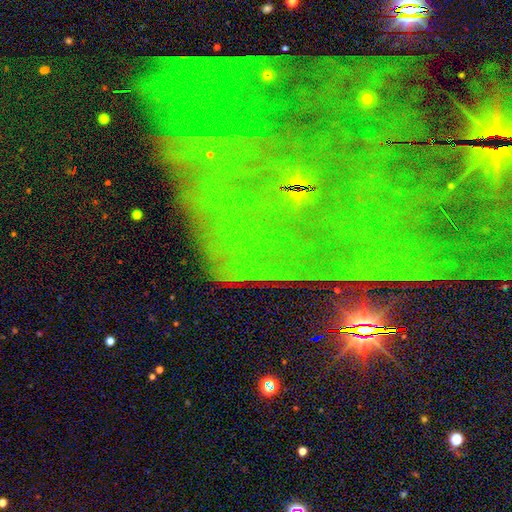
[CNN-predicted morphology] Q: Smooth or featured?
A: star or artifact (80%); runner-up: featured or disk (11%)